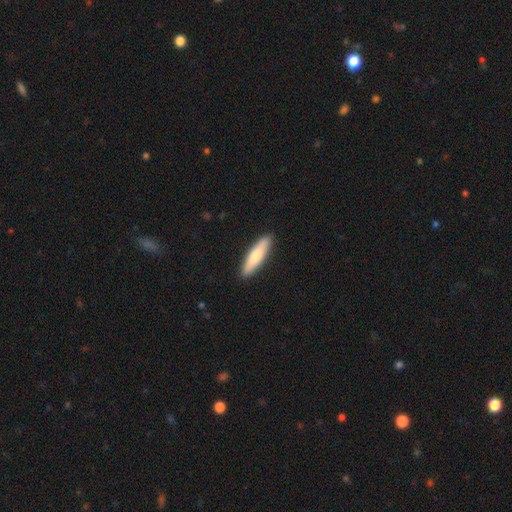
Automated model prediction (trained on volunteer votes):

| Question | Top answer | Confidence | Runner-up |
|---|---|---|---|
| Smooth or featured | smooth | 71% | featured or disk (25%) |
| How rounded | cigar-shaped | 74% | in between (25%) |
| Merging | none | 91% | minor disturbance (7%) |